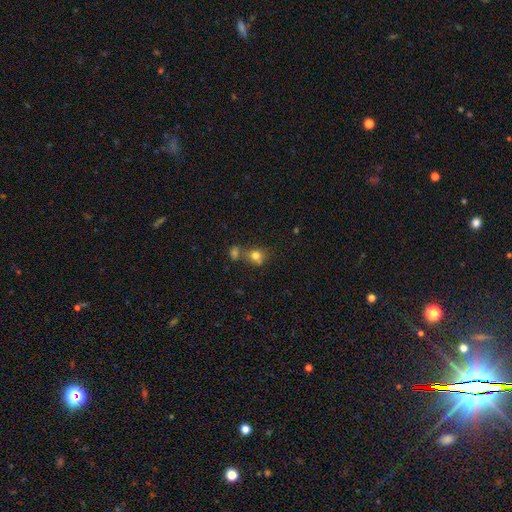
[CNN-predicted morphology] type=smooth (76%); roundness=round (74%); merging=none (52%).